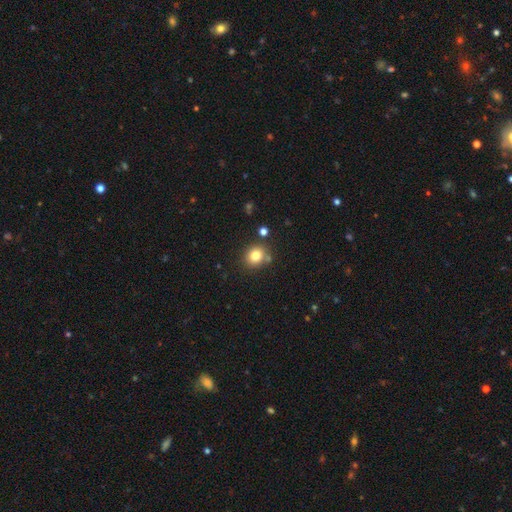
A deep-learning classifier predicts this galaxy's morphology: smooth-or-featured: smooth: 80% | star or artifact: 12% | featured or disk: 8%
  how-rounded: round: 78% | in between: 21% | cigar-shaped: 1%
  merging: none: 77% | minor disturbance: 11% | merger: 8% | major disturbance: 3%